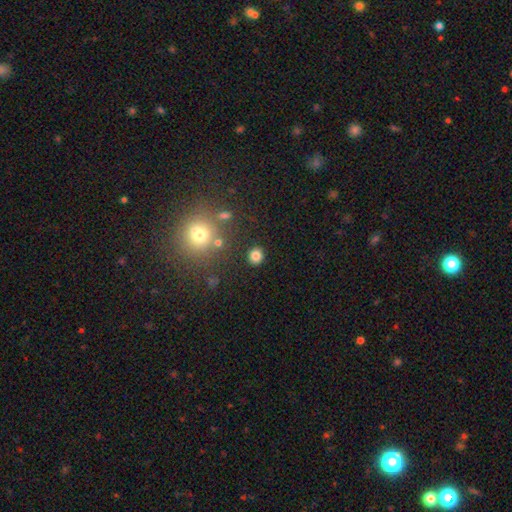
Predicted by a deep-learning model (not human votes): smooth 82%, star or artifact 13%, featured or disk 6%. Down the decision tree: how rounded — round (77%); merging — none (86%).